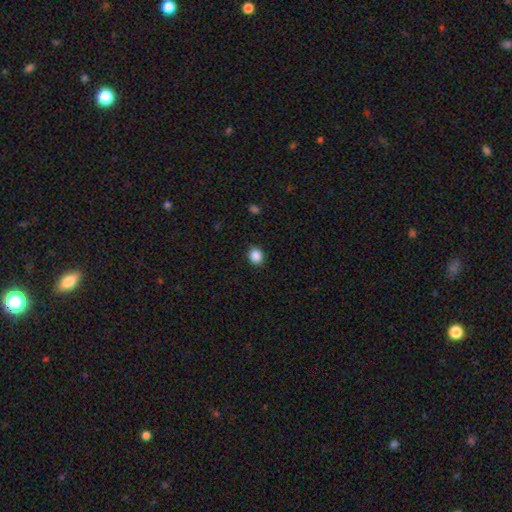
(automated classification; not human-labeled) Smooth or featured?
  - smooth: 87% *
  - star or artifact: 10%
  - featured or disk: 3%
How rounded?
  - round: 67% *
  - in between: 32%
  - cigar-shaped: 1%
Merging?
  - none: 90% *
  - minor disturbance: 7%
  - major disturbance: 2%
  - merger: 1%